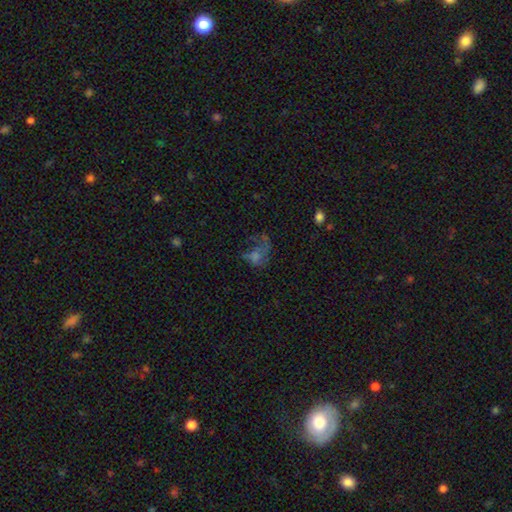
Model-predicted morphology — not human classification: A smooth galaxy with no disk features (39%). Merging: major disturbance (50%).